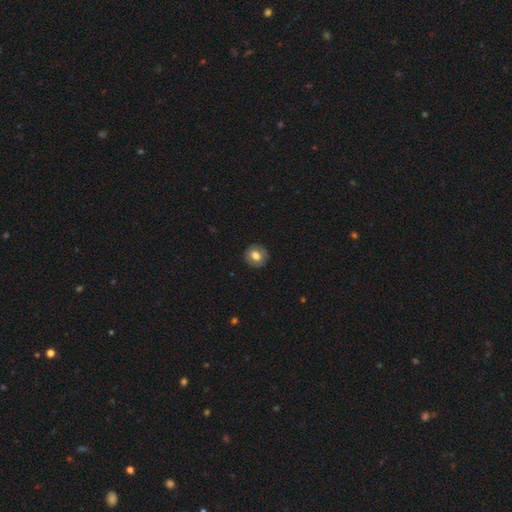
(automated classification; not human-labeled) The model was most divided on "smooth or featured": smooth: 72%, featured or disk: 21%, star or artifact: 8%. More confident: merging — none (88%); how rounded — round (82%).